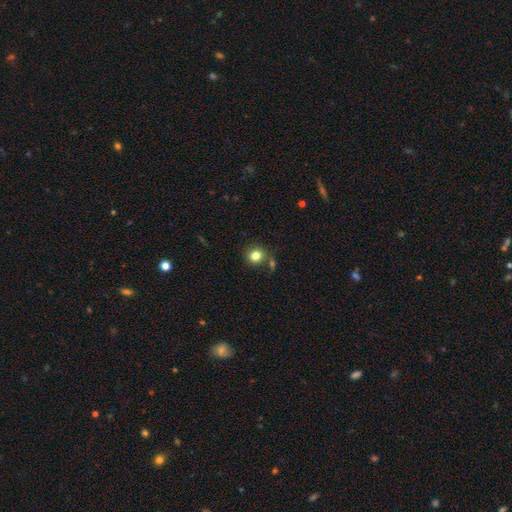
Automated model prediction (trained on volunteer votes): Smooth or featured? Predicted: smooth (p=0.83). How rounded? Predicted: round (p=0.83). Merging? Predicted: none (p=0.73).